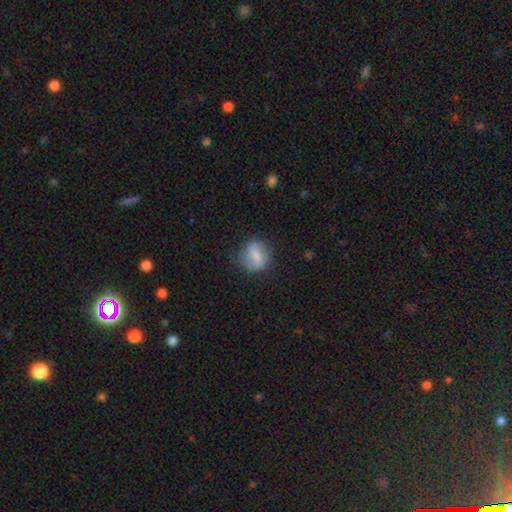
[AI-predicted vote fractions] smooth 70%, featured or disk 22%, star or artifact 8%. Down the decision tree: how rounded — round (63%); merging — none (70%).